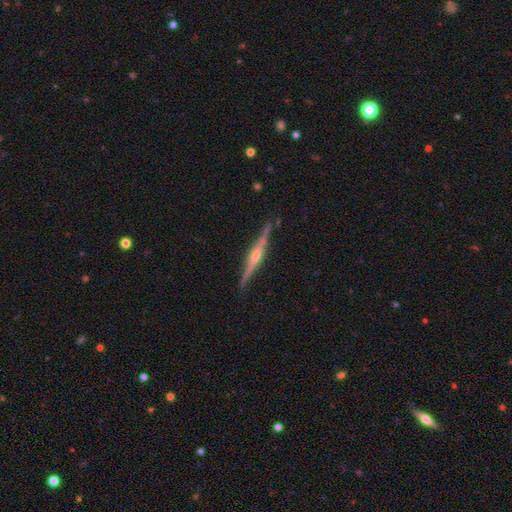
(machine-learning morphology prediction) Q: Smooth or featured?
A: featured or disk (84%); runner-up: smooth (11%)
Q: Edge-on disk?
A: yes (98%); runner-up: no (2%)
Q: Edge-on bulge?
A: rounded (80%); runner-up: boxy (12%)
Q: Merging?
A: none (88%); runner-up: minor disturbance (9%)